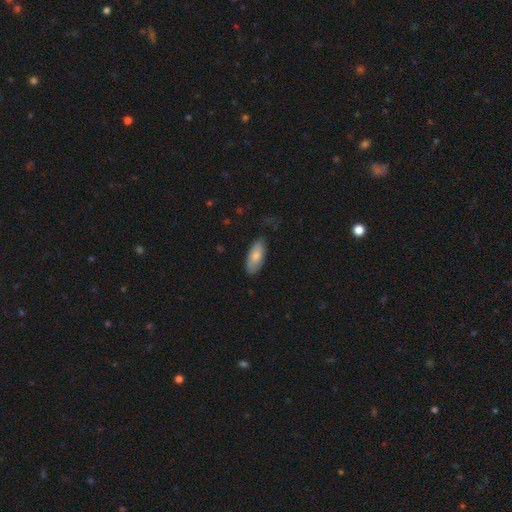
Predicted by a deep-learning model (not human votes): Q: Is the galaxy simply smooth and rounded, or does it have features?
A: smooth — 75%.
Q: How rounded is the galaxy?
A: in between — 88%.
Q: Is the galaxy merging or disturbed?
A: none — 74%.